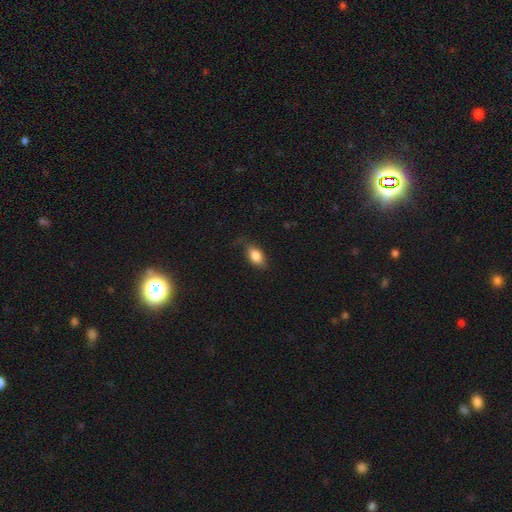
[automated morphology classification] smooth_or_featured: smooth (p=0.81) [alt: featured or disk p=0.12]
how_rounded: in between (p=0.87) [alt: round p=0.07]
merging: none (p=0.67) [alt: minor disturbance p=0.24]